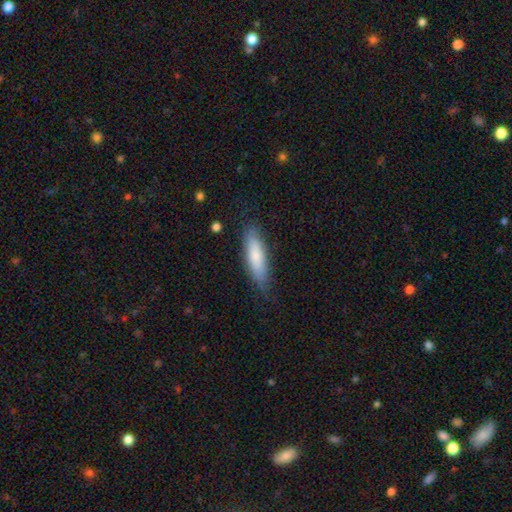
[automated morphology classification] Overall: smooth (78%). How rounded: cigar-shaped (58%; in between 40%). Merging: none (78%).